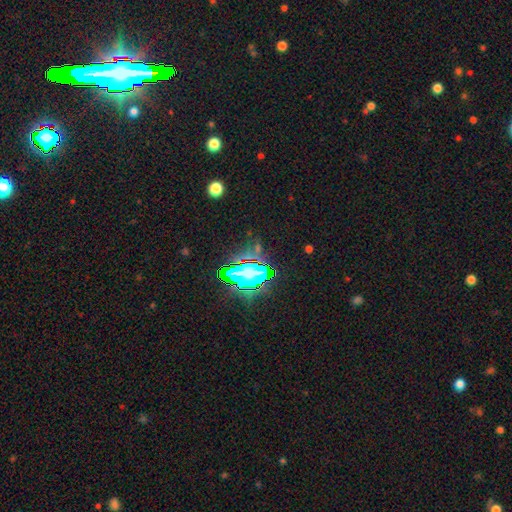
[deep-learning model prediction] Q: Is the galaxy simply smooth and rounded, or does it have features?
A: star or artifact — 75%.